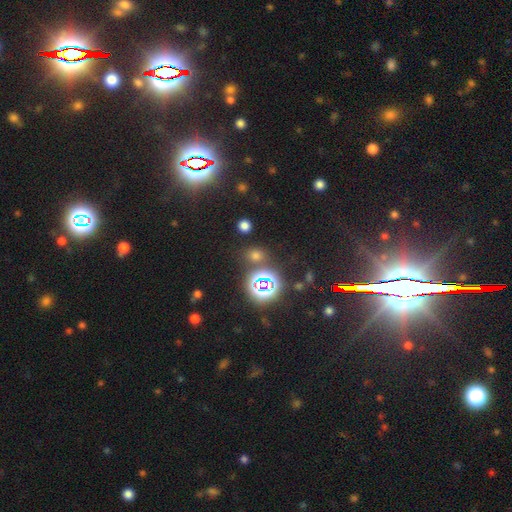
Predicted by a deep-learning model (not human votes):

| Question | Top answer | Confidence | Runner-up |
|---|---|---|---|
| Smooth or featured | smooth | 53% | star or artifact (41%) |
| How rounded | round | 68% | in between (30%) |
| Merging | none | 81% | minor disturbance (8%) |